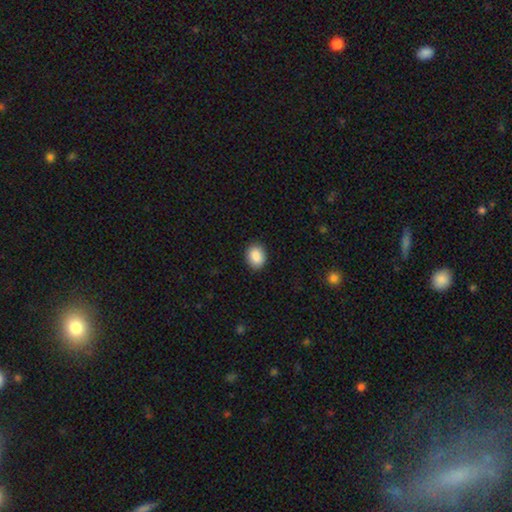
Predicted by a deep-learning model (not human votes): A smooth galaxy with no disk features (89%) that is in between round and cigar-shaped (54%).

Vote fractions:
- Smooth or featured? smooth: 89% / star or artifact: 8% / featured or disk: 4%
- How rounded? in between: 54% / round: 45% / cigar-shaped: 1%
- Merging? none: 89% / minor disturbance: 8% / major disturbance: 2% / merger: 1%